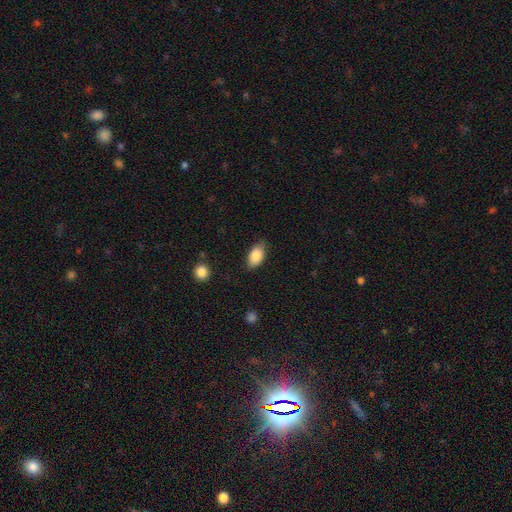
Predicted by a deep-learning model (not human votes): Overall: smooth (86%). How rounded: in between (92%). Merging: none (78%).